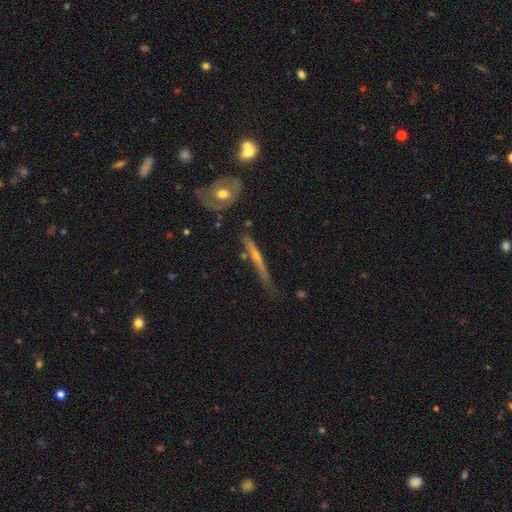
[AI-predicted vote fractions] smooth_or_featured: featured or disk (p=0.68) [alt: smooth p=0.25]
disk_edge_on: yes (p=0.95) [alt: no p=0.05]
edge_on_bulge: rounded (p=0.59) [alt: none p=0.37]
merging: none (p=0.69) [alt: minor disturbance p=0.22]